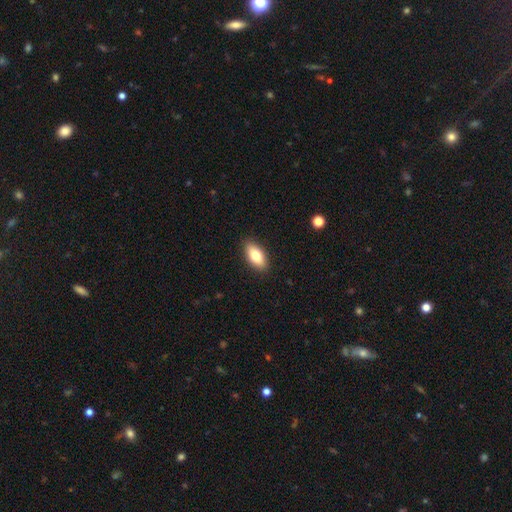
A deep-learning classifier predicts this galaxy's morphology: type=smooth (80%); roundness=in between (89%); merging=none (89%).